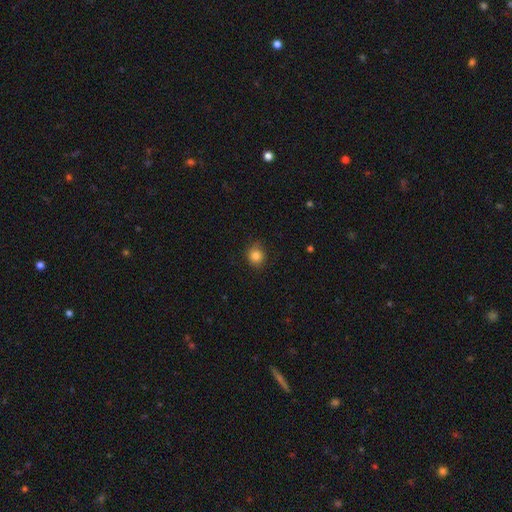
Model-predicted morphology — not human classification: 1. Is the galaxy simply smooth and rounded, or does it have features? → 84% smooth, 11% star or artifact, 5% featured or disk.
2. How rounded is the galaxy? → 86% round, 14% in between, 1% cigar-shaped.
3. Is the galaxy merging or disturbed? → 83% none, 13% minor disturbance, 3% major disturbance, 1% merger.